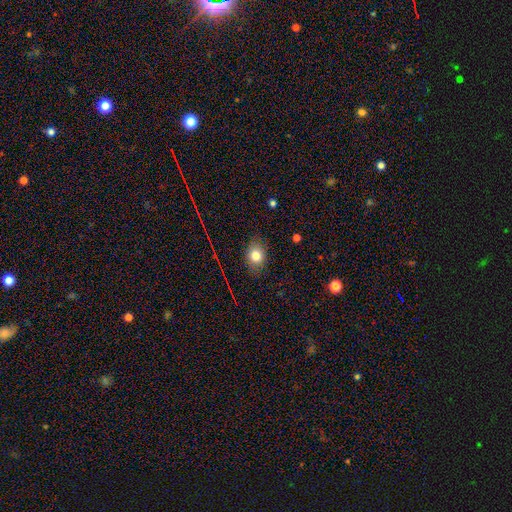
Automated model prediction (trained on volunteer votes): This is likely a smooth galaxy (79%). How rounded: possibly in between (59%). Merging: clearly none (81%).